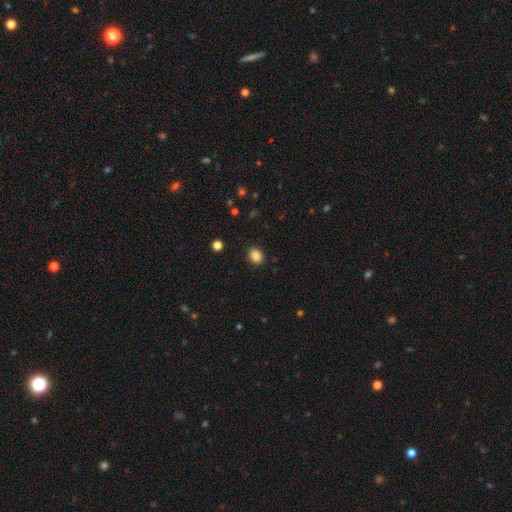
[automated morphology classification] smooth-or-featured: smooth: 86% | star or artifact: 10% | featured or disk: 4%
  how-rounded: in between: 63% | round: 36% | cigar-shaped: 1%
  merging: none: 89% | minor disturbance: 8% | major disturbance: 2% | merger: 1%